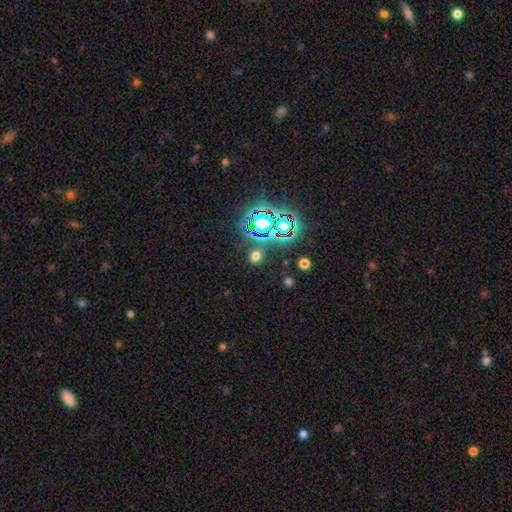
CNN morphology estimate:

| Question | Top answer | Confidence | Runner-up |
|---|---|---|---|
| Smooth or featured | smooth | 51% | star or artifact (41%) |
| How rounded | in between | 52% | round (45%) |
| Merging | none | 80% | minor disturbance (10%) |